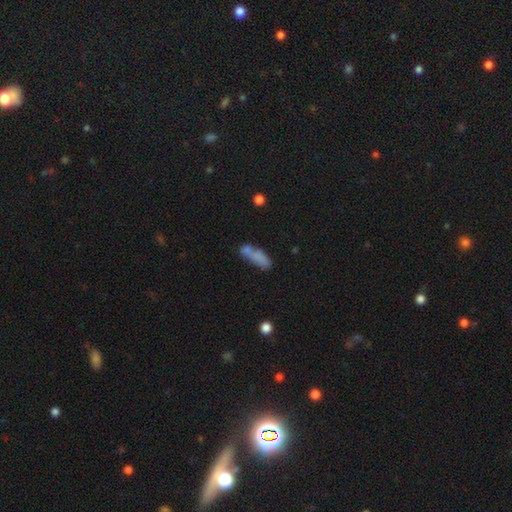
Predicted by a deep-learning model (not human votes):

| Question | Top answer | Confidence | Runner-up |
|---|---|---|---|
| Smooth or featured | smooth | 71% | featured or disk (18%) |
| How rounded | in between | 55% | cigar-shaped (41%) |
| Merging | none | 43% | merger (29%) |